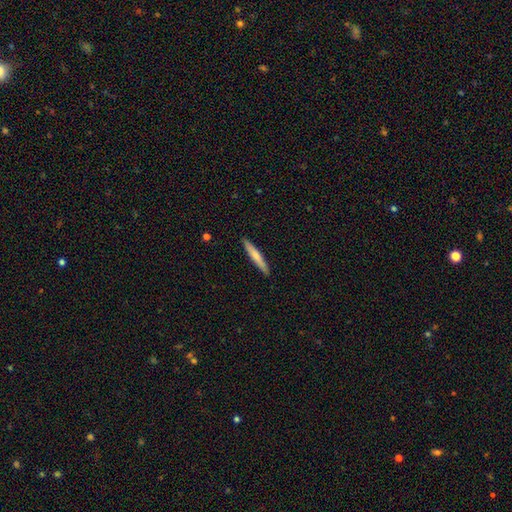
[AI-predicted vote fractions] smooth_or_featured: smooth (p=0.67) [alt: featured or disk p=0.28]
how_rounded: cigar-shaped (p=0.95) [alt: in between p=0.04]
merging: none (p=0.91) [alt: minor disturbance p=0.06]